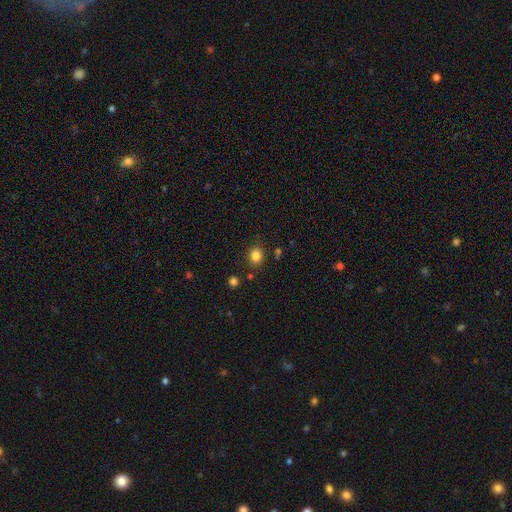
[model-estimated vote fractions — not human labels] A smooth galaxy with no disk features (83%) that is round (64%).

Vote fractions:
- Smooth or featured? smooth: 83% / star or artifact: 12% / featured or disk: 5%
- How rounded? round: 64% / in between: 35% / cigar-shaped: 1%
- Merging? none: 83% / minor disturbance: 10% / merger: 4% / major disturbance: 3%